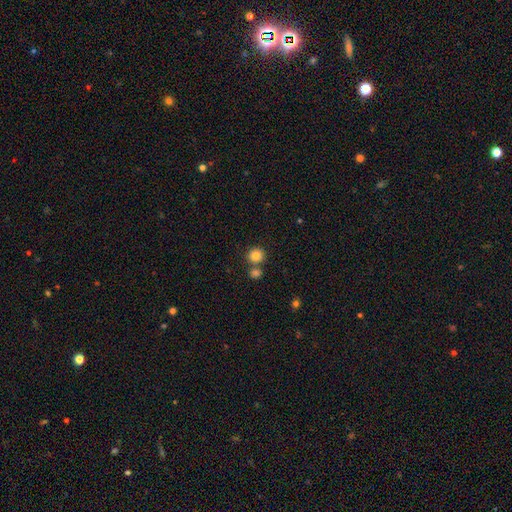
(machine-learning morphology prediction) This appears to be a smooth galaxy with no disk features (84%) that is round (90%). Merging: none (69%).